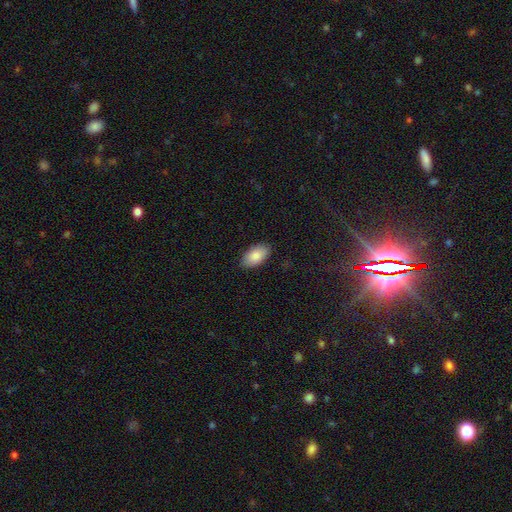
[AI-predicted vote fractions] Smooth or featured?
  - smooth: 87% *
  - featured or disk: 7%
  - star or artifact: 6%
How rounded?
  - in between: 95% *
  - round: 3%
  - cigar-shaped: 2%
Merging?
  - none: 87% *
  - minor disturbance: 10%
  - major disturbance: 2%
  - merger: 1%